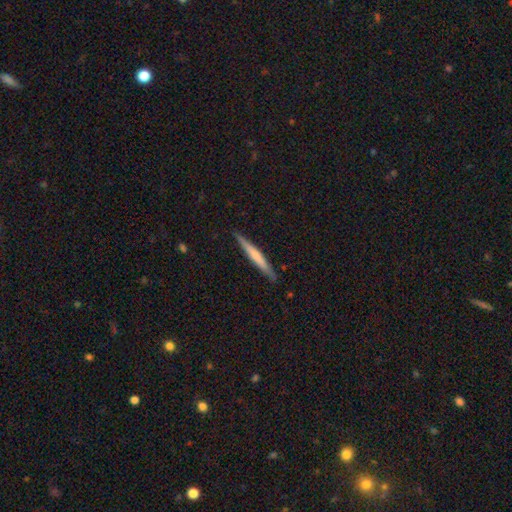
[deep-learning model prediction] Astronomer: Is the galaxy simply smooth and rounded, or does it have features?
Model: smooth — 52% (runner-up: featured or disk, 43%).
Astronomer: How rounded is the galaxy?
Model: cigar-shaped — 96%.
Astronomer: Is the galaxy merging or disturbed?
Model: none — 87%.